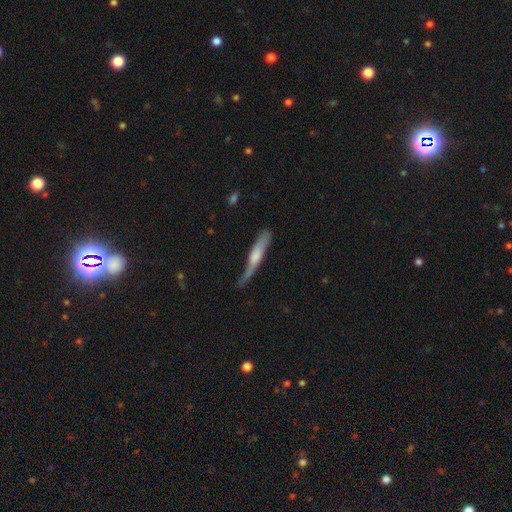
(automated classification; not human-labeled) This is possibly a smooth galaxy (52%). How rounded: clearly cigar-shaped (88%). Merging: marginally none (42%).